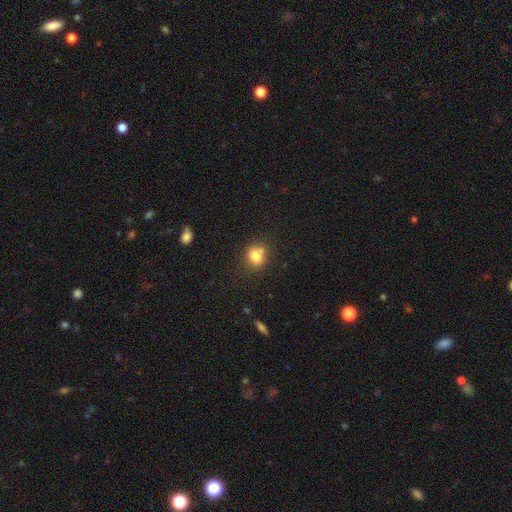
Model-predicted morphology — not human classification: Smooth or featured? Predicted: smooth (p=0.79). How rounded? Predicted: round (p=0.67). Merging? Predicted: none (p=0.60).